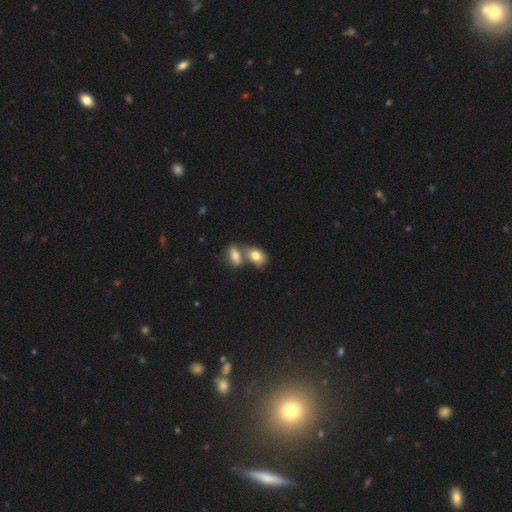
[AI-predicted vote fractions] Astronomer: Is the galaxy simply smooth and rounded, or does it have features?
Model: smooth — 79%.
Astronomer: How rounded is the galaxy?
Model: in between — 73%.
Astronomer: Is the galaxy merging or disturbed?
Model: merger — 52% (runner-up: none, 35%).